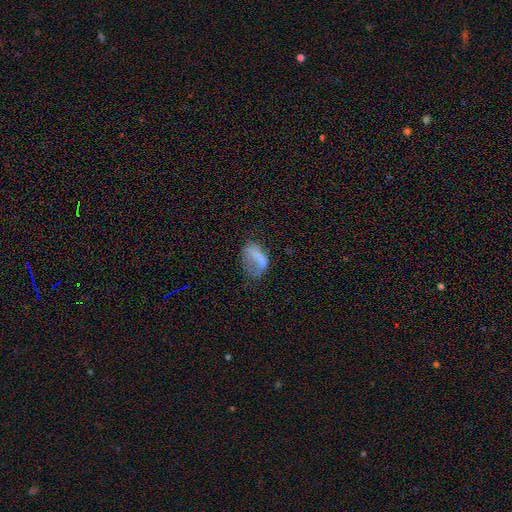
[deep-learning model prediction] smooth_or_featured: smooth (p=0.58) [alt: featured or disk p=0.31]
how_rounded: in between (p=0.82) [alt: round p=0.15]
merging: major disturbance (p=0.41) [alt: none p=0.28]